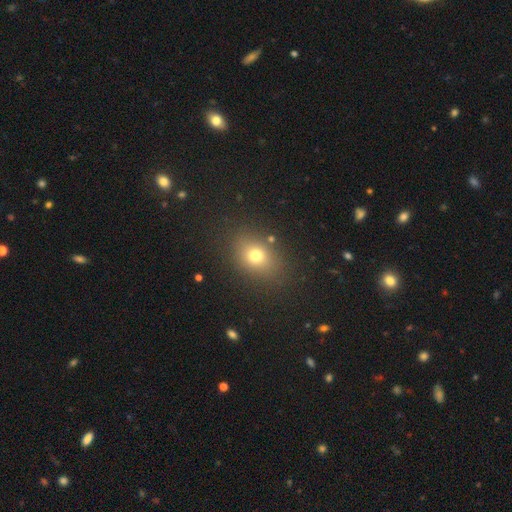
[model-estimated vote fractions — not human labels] smooth_or_featured: smooth (p=0.73) [alt: star or artifact p=0.16]
how_rounded: in between (p=0.57) [alt: round p=0.41]
merging: none (p=0.84) [alt: minor disturbance p=0.10]